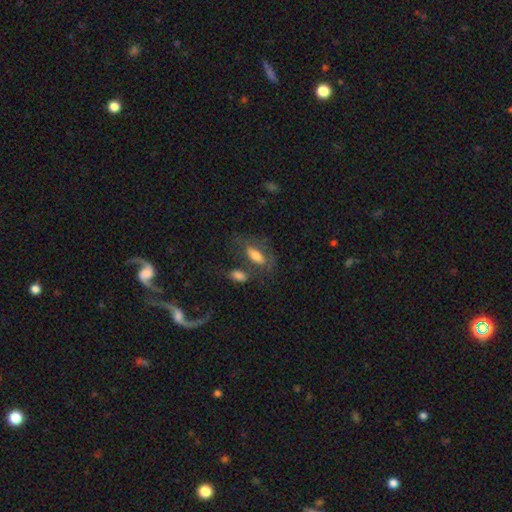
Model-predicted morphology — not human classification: smooth 64%, featured or disk 27%, star or artifact 9%. Down the decision tree: how rounded — in between (76%); merging — none (52%).